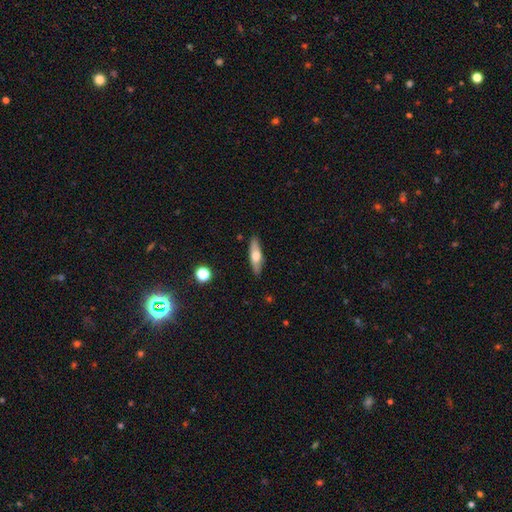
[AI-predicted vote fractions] Morphology: type=smooth (55%); roundness=cigar-shaped (57%); merging=none (87%).